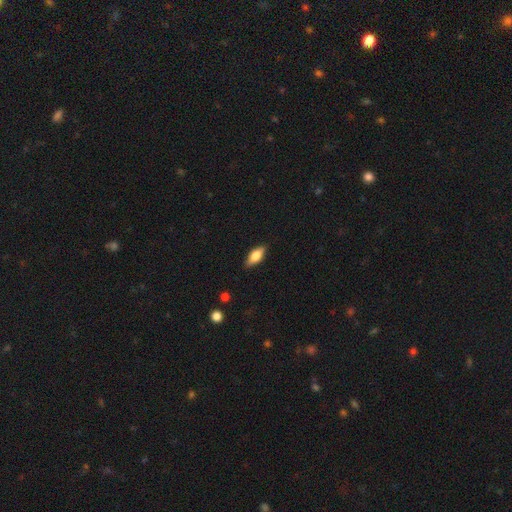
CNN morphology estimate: Smooth or featured? smooth (69%)
How rounded? in between (80%)
Merging? none (84%)